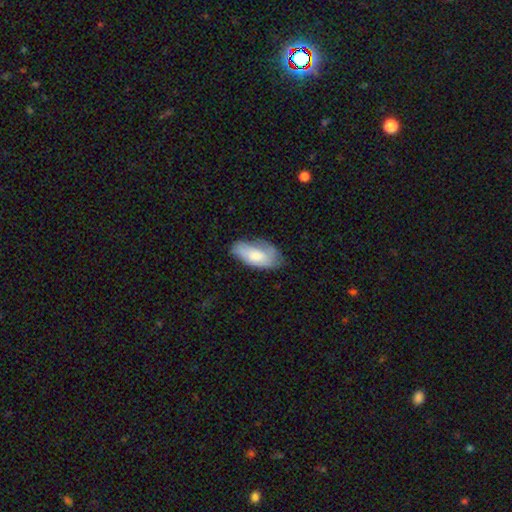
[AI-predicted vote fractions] Smooth or featured?
  - smooth: 68% *
  - featured or disk: 26%
  - star or artifact: 6%
How rounded?
  - in between: 92% *
  - cigar-shaped: 5%
  - round: 3%
Merging?
  - none: 55% *
  - minor disturbance: 32%
  - major disturbance: 11%
  - merger: 2%